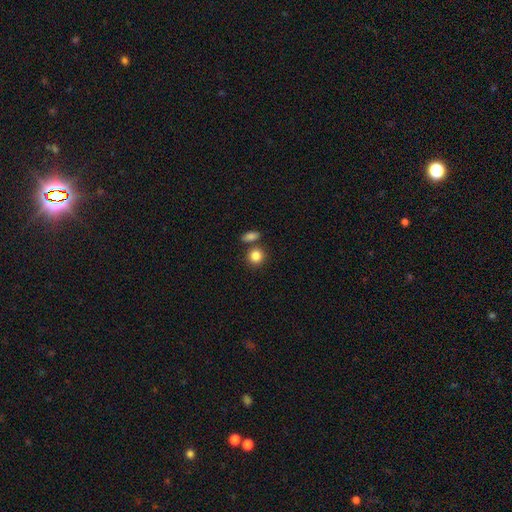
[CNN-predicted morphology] Overall: smooth (86%). How rounded: round (79%). Merging: none (68%).